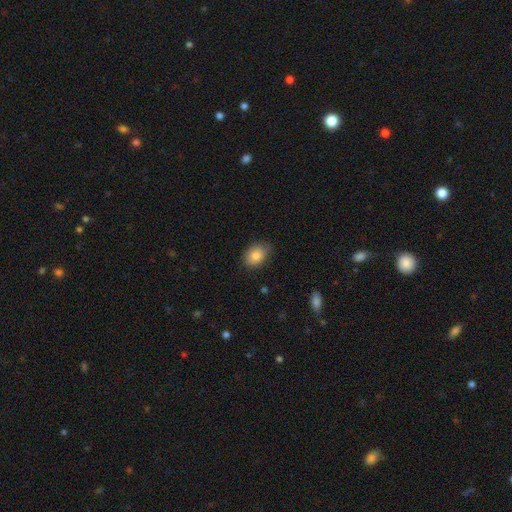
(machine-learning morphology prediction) Smooth or featured: smooth — 85% (star or artifact — 8%)
How rounded: in between — 76% (round — 23%)
Merging: none — 78% (minor disturbance — 18%)